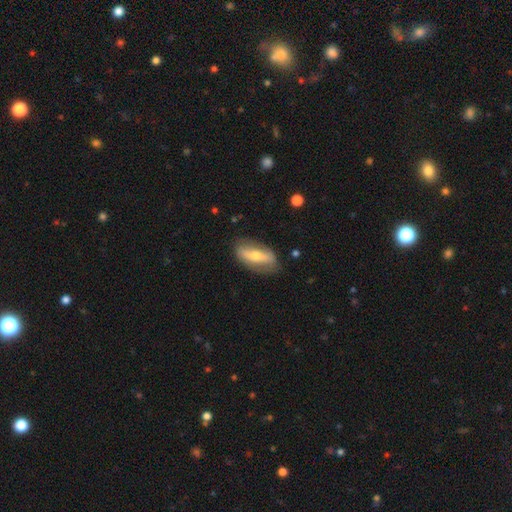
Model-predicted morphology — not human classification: A featured or disk galaxy (51%).

Vote fractions:
- Smooth or featured? featured or disk: 51% / smooth: 43% / star or artifact: 7%
- Edge-on disk? no: 68% / yes: 32%
- Merging? none: 77% / minor disturbance: 16% / major disturbance: 5% / merger: 1%